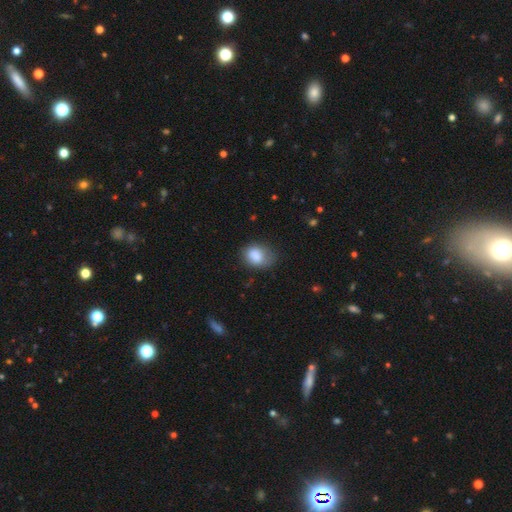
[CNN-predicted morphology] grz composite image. It shows a smooth galaxy with no disk features (83%) that is in between round and cigar-shaped (65%). Merging: none (53%).